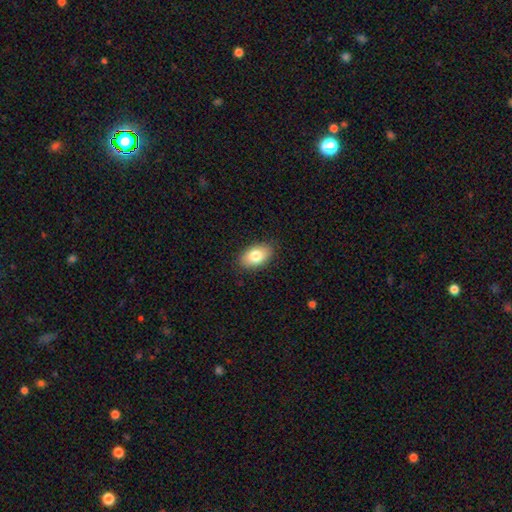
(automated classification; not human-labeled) Morphology: type=smooth (80%); roundness=in between (92%); merging=none (86%).